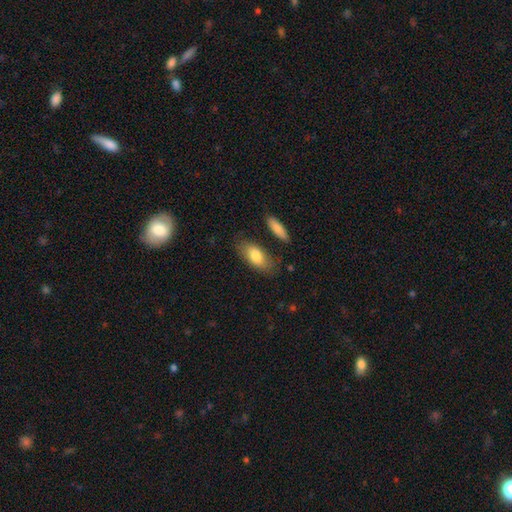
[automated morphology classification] type=smooth (80%); roundness=in between (86%); merging=none (74%).